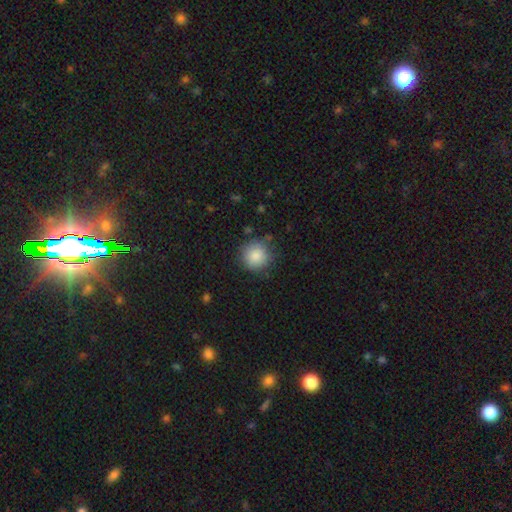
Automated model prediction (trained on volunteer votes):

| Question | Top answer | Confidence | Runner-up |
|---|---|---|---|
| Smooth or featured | smooth | 87% | star or artifact (8%) |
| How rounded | round | 93% | in between (6%) |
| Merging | none | 83% | minor disturbance (12%) |